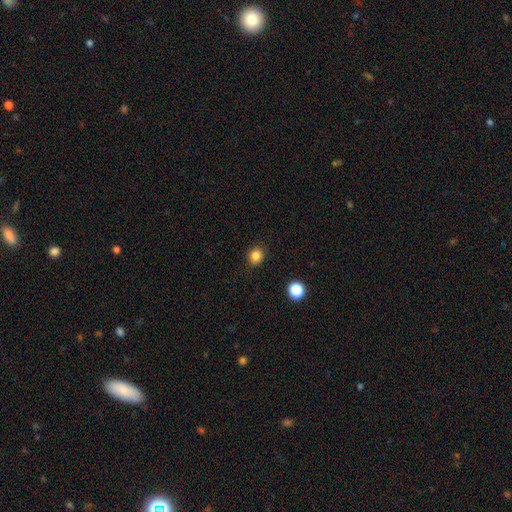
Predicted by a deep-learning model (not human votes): This is clearly a smooth galaxy (84%). How rounded: likely round (73%). Merging: clearly none (89%).